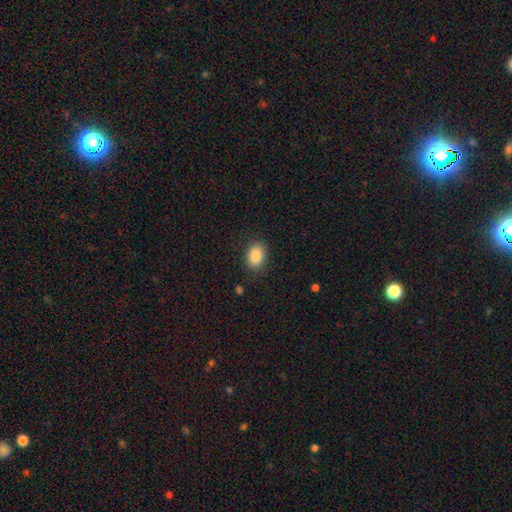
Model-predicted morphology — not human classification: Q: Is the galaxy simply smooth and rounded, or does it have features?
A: smooth — 87%.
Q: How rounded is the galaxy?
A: in between — 76%.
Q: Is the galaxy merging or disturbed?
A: none — 86%.